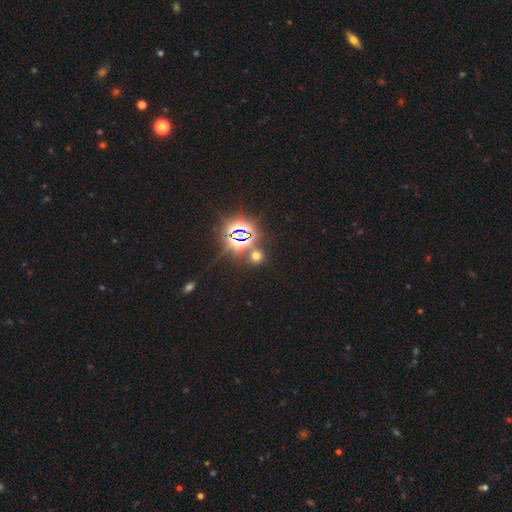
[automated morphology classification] smooth_or_featured: star or artifact (p=0.49) [alt: smooth p=0.44]